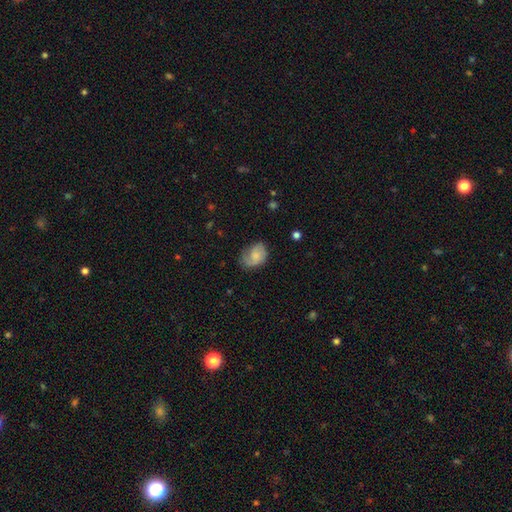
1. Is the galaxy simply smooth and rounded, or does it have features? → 49% smooth, 44% featured or disk, 8% star or artifact.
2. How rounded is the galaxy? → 63% in between, 32% round, 5% cigar-shaped.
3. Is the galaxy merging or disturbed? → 50% none, 28% minor disturbance, 22% major disturbance, 0% merger.